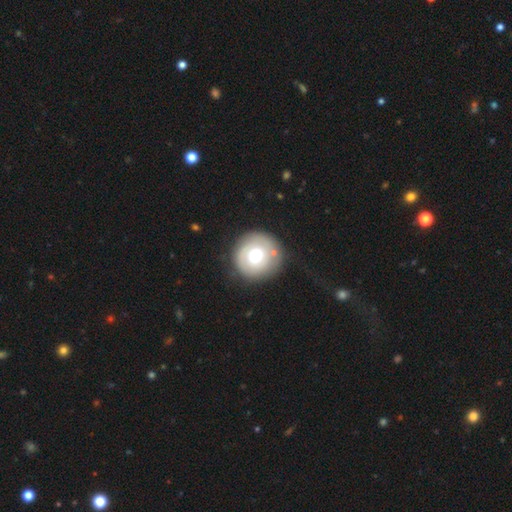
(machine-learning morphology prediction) Smooth or featured? Predicted: smooth (p=0.65). How rounded? Predicted: round (p=0.94). Merging? Predicted: none (p=0.80).